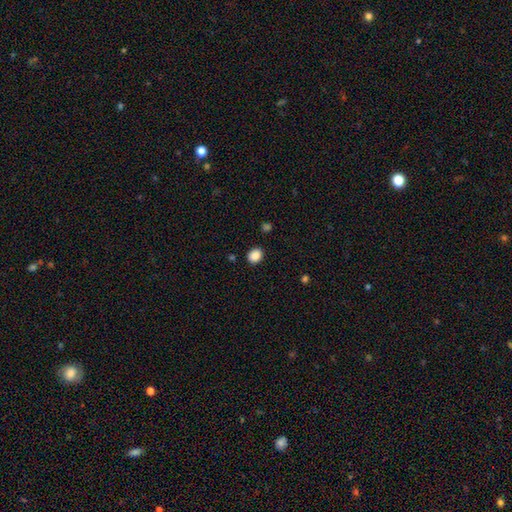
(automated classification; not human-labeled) Smooth or featured? smooth (87%)
How rounded? round (56%)
Merging? none (89%)